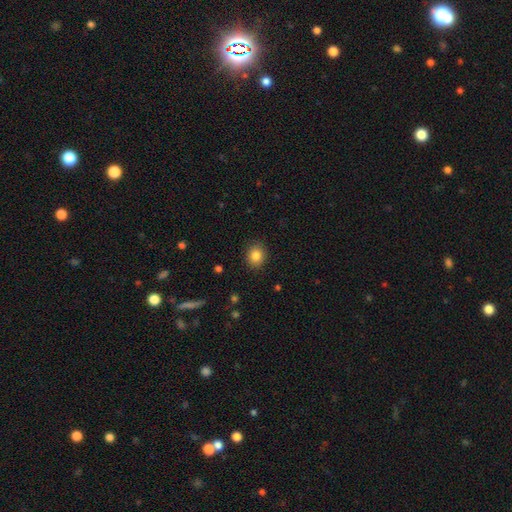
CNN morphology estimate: Smooth or featured?
  - smooth: 84% *
  - star or artifact: 10%
  - featured or disk: 6%
How rounded?
  - round: 68% *
  - in between: 31%
  - cigar-shaped: 1%
Merging?
  - none: 89% *
  - minor disturbance: 8%
  - major disturbance: 2%
  - merger: 1%